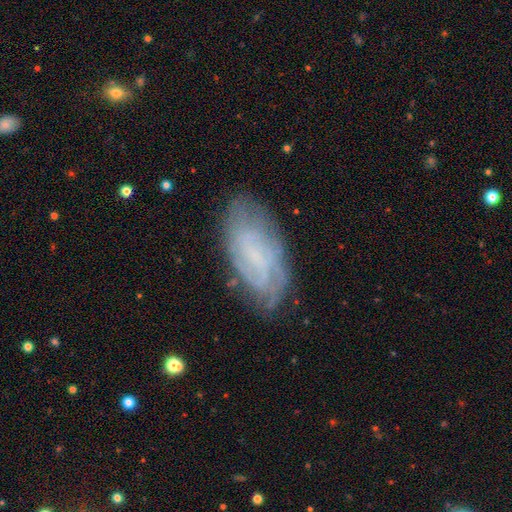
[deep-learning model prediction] This is likely a featured or disk galaxy (64%). It is clearly not viewed edge-on (93%). Bar: possibly no (50%). Spiral arm pattern: clearly yes (82%). Central bulge: possibly none (48%). Merging: likely none (72%).